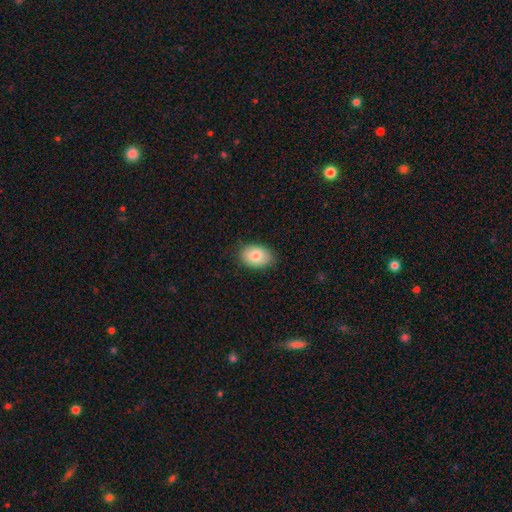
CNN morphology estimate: This appears to be a smooth galaxy with no disk features (81%) that is in between round and cigar-shaped (84%). Merging: none (81%).